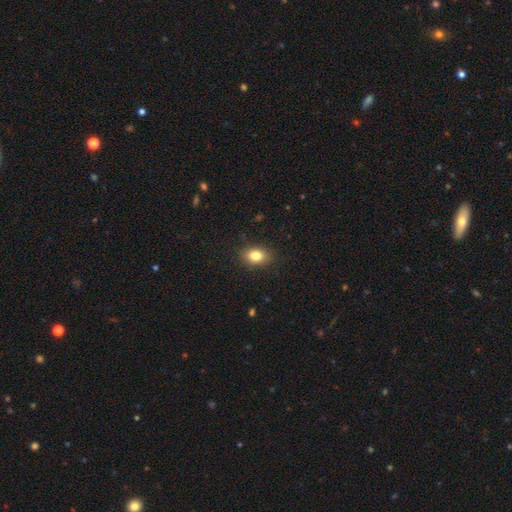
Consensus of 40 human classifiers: smooth_or_featured: smooth (p=0.82) [alt: star or artifact p=0.10]
how_rounded: in between (p=0.70) [alt: round p=0.30]
merging: none (p=0.94) [alt: minor disturbance p=0.06]